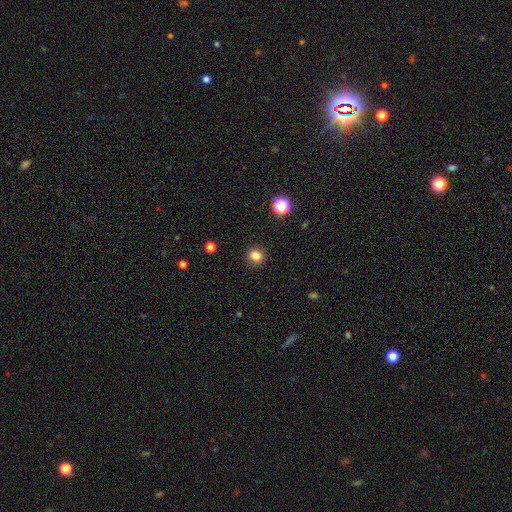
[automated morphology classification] Overall: smooth (82%). How rounded: round (88%). Merging: none (91%).